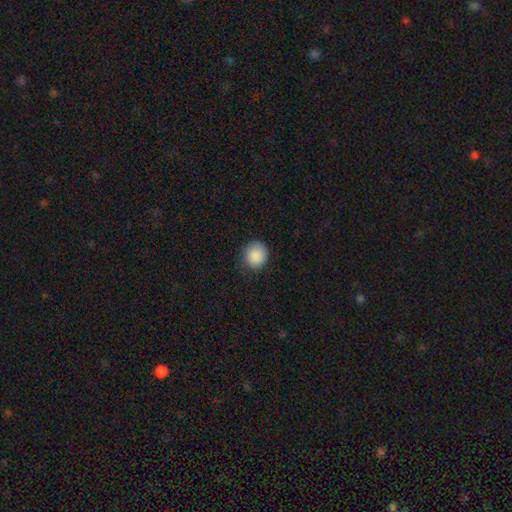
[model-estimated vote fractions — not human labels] A smooth galaxy with no disk features (89%) that is round (86%). Merging: none (83%).